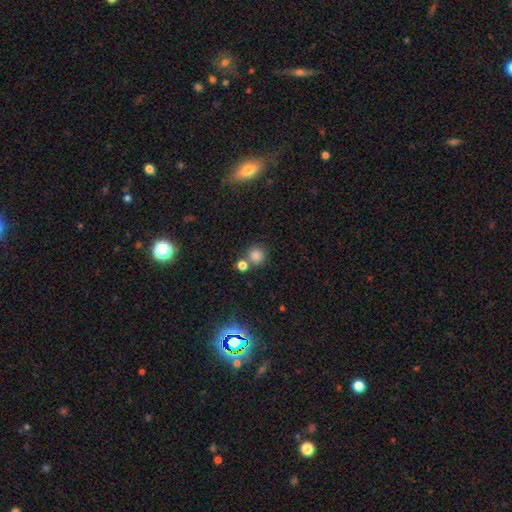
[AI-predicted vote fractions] Overall: smooth (81%). How rounded: round (90%). Merging: none (66%).